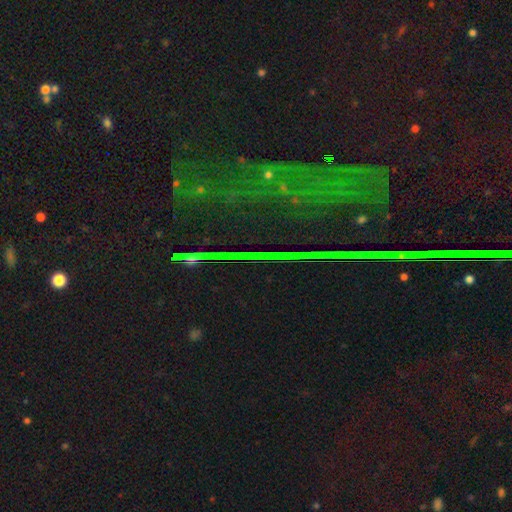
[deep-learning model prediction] The model was most divided on "smooth or featured": star or artifact: 84%, smooth: 8%, featured or disk: 8%.